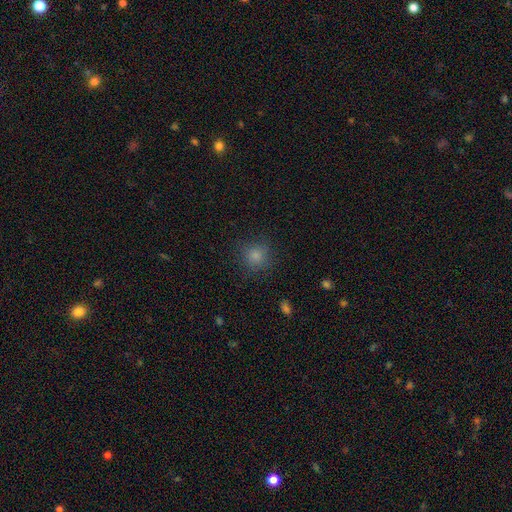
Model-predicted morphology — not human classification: This is clearly a smooth galaxy (82%). How rounded: clearly round (90%). Merging: clearly none (83%).